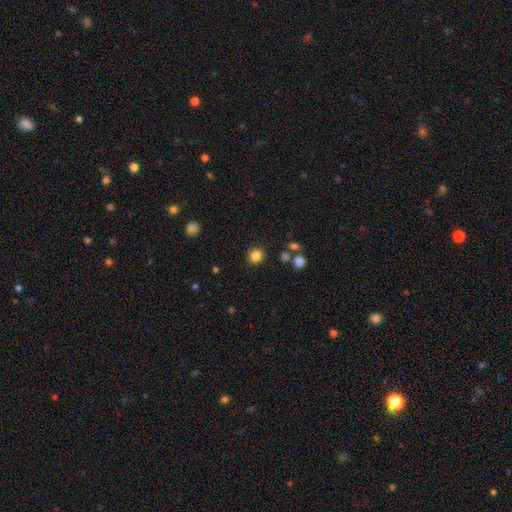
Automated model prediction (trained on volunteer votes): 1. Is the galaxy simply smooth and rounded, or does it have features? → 84% smooth, 12% star or artifact, 4% featured or disk.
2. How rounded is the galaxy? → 89% round, 10% in between, 1% cigar-shaped.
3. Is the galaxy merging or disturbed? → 88% none, 7% minor disturbance, 3% merger, 3% major disturbance.